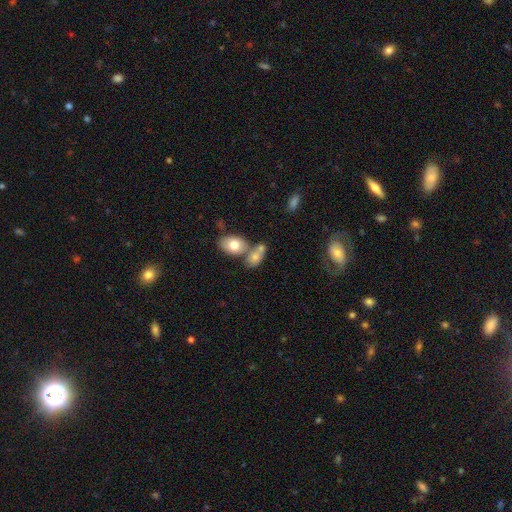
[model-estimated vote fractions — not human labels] The model was most divided on "merging": merger: 48%, none: 35%, minor disturbance: 11%, major disturbance: 5%. More confident: how rounded — in between (79%); smooth or featured — smooth (74%).